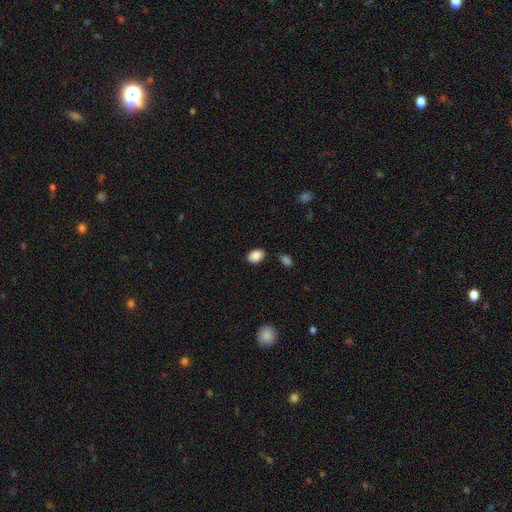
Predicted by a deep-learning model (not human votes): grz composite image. It shows a smooth galaxy with no disk features (88%) that is in between round and cigar-shaped (84%). Merging: none (79%).